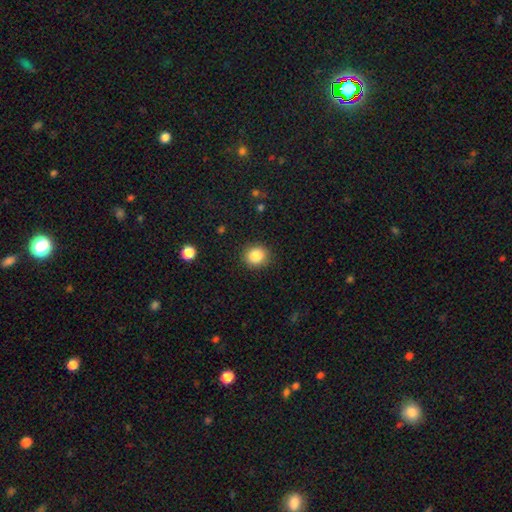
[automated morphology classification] The model was most divided on "how rounded": round: 84%, in between: 15%, cigar-shaped: 1%. More confident: merging — none (89%); smooth or featured — smooth (85%).